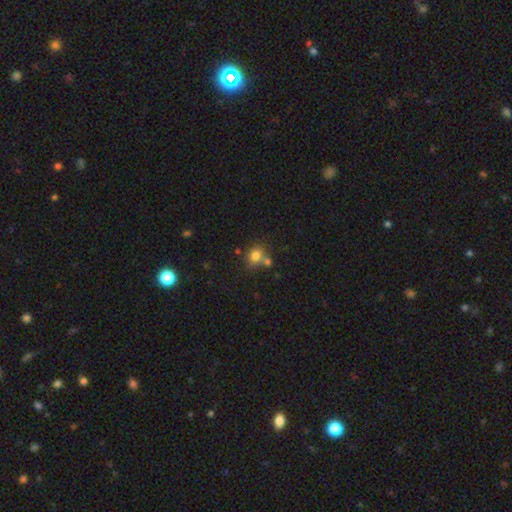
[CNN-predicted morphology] smooth 77%, star or artifact 13%, featured or disk 10%. Down the decision tree: how rounded — round (64%); merging — none (52%).